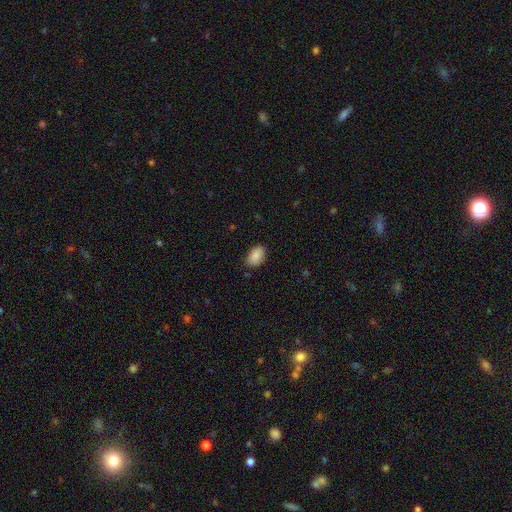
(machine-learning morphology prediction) A smooth galaxy with no disk features (88%) that is in between round and cigar-shaped (91%).

Vote fractions:
- Smooth or featured? smooth: 88% / star or artifact: 7% / featured or disk: 5%
- How rounded? in between: 91% / round: 8% / cigar-shaped: 1%
- Merging? none: 85% / minor disturbance: 12% / major disturbance: 2% / merger: 1%